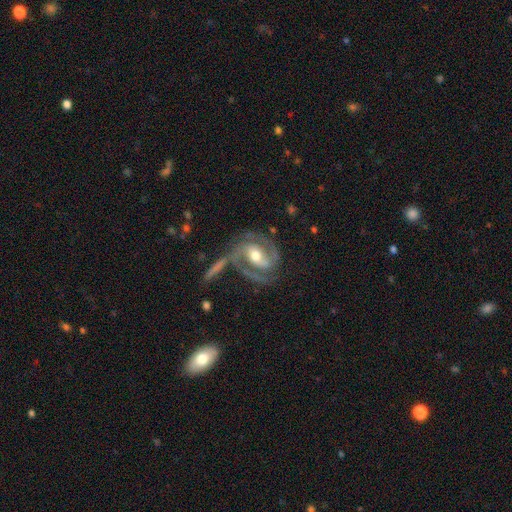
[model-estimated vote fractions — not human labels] Overall: featured or disk (89%). Edge-on disk: no (97%). Bar: weak (40%; strong 34%). Spiral arms: yes (97%). Spiral arm count: 2 (86%). Spiral winding: medium (51%; tight 40%). Bulge size: moderate (73%). Merging: none (64%).